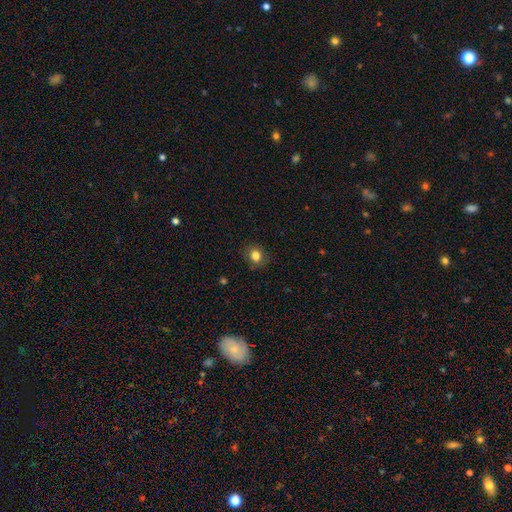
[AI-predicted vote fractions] A smooth galaxy with no disk features (82%) that is round (73%). Merging: none (85%).